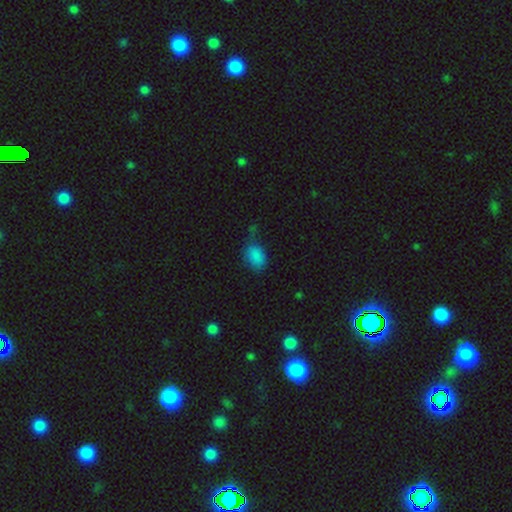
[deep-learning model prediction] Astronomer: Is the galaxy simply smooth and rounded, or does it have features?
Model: smooth — 84%.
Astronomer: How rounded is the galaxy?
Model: in between — 81%.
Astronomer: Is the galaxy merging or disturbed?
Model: none — 45% (runner-up: minor disturbance, 31%).